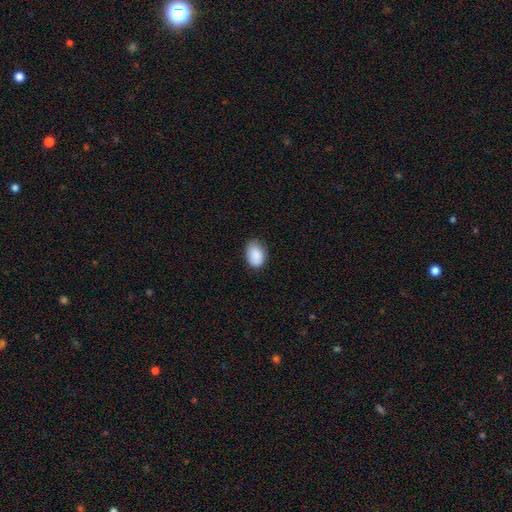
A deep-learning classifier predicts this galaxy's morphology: A smooth galaxy with no disk features (88%) that is in between round and cigar-shaped (82%).

Vote fractions:
- Smooth or featured? smooth: 88% / star or artifact: 7% / featured or disk: 5%
- How rounded? in between: 82% / round: 17% / cigar-shaped: 1%
- Merging? none: 74% / minor disturbance: 21% / major disturbance: 4% / merger: 1%